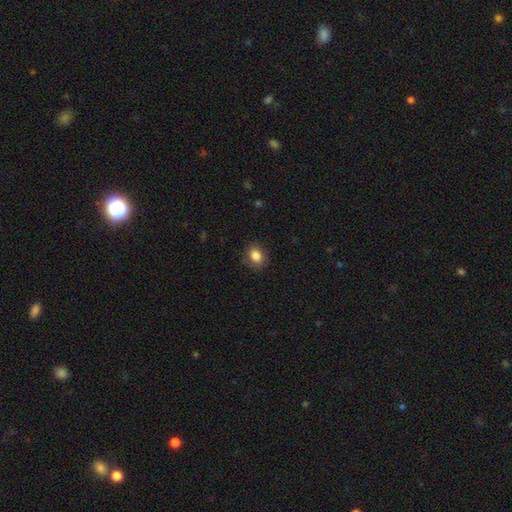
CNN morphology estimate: Smooth or featured? smooth (84%)
How rounded? in between (57%)
Merging? none (84%)